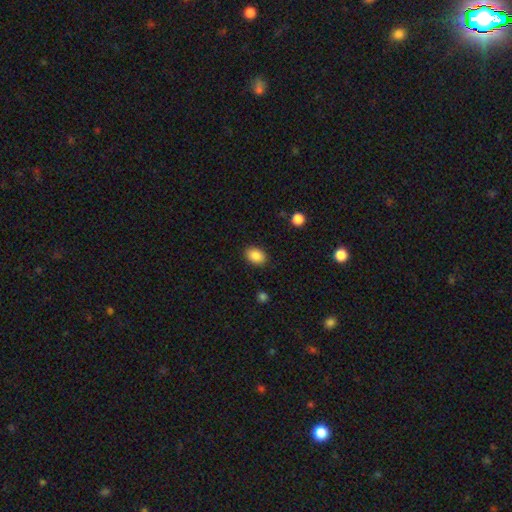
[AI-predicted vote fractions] Morphology: type=smooth (88%); roundness=in between (76%); merging=none (88%).